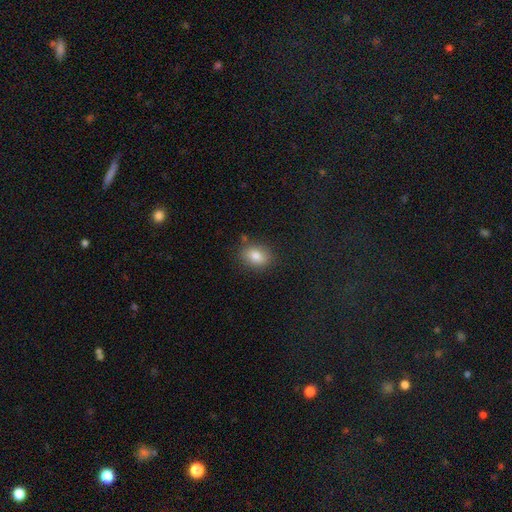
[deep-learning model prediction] smooth 82%, star or artifact 9%, featured or disk 8%. Down the decision tree: how rounded — in between (69%); merging — none (81%).